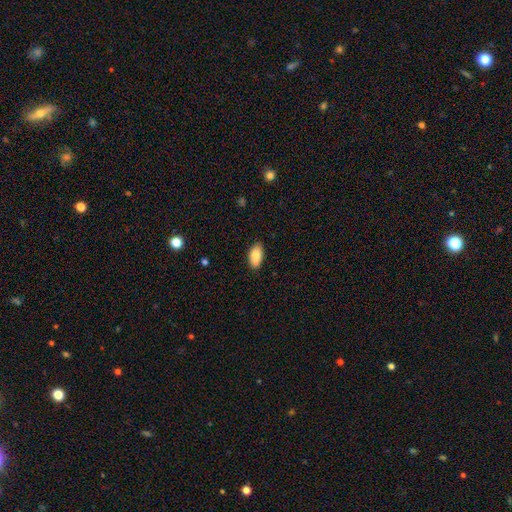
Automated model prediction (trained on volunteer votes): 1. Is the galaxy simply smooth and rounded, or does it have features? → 83% smooth, 10% featured or disk, 7% star or artifact.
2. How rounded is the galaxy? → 94% in between, 3% round, 3% cigar-shaped.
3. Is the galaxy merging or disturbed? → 82% none, 14% minor disturbance, 2% major disturbance, 1% merger.